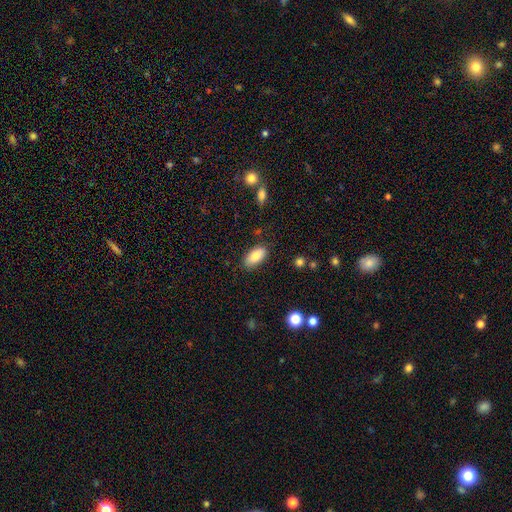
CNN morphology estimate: A smooth galaxy with no disk features (83%) that is in between round and cigar-shaped (91%).

Vote fractions:
- Smooth or featured? smooth: 83% / featured or disk: 10% / star or artifact: 7%
- How rounded? in between: 91% / cigar-shaped: 6% / round: 3%
- Merging? none: 83% / minor disturbance: 12% / major disturbance: 3% / merger: 2%